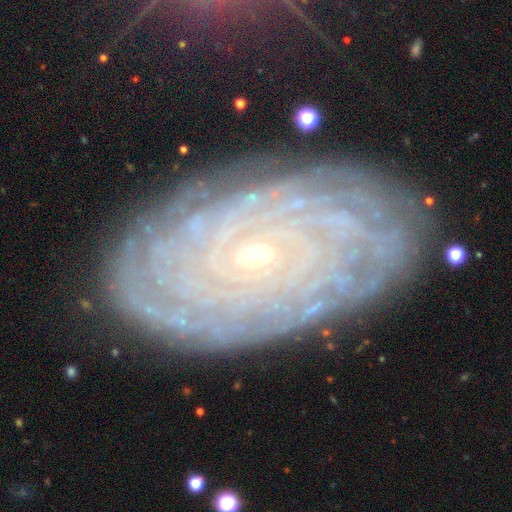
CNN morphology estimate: type=featured or disk (84%); edge-on=no (95%); bar=no (66%); spiral arms=yes (96%); winding=tight (89%); arm count=can't tell (34%); bulge=small (76%); merging=none (83%).